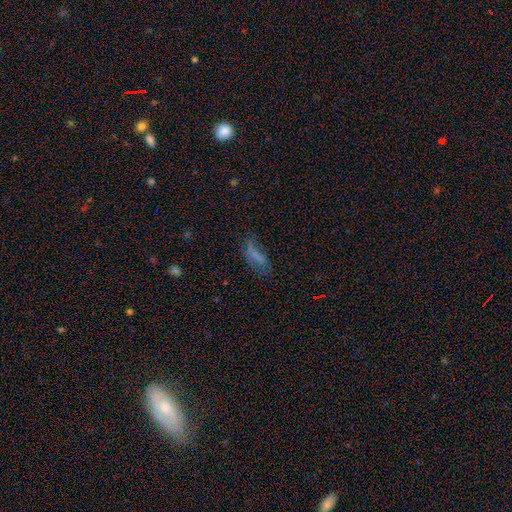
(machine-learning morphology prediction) Q: Smooth or featured?
A: smooth (53%); runner-up: featured or disk (28%)
Q: How rounded?
A: in between (62%); runner-up: cigar-shaped (34%)
Q: Merging?
A: none (42%); runner-up: major disturbance (27%)